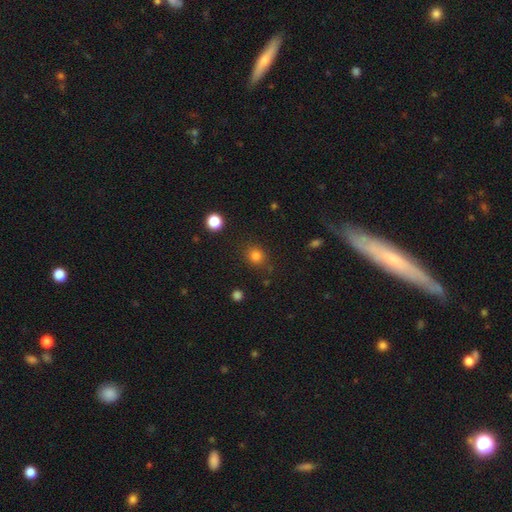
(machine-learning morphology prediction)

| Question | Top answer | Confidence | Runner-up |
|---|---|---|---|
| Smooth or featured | smooth | 82% | star or artifact (14%) |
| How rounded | round | 82% | in between (17%) |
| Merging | none | 83% | minor disturbance (11%) |